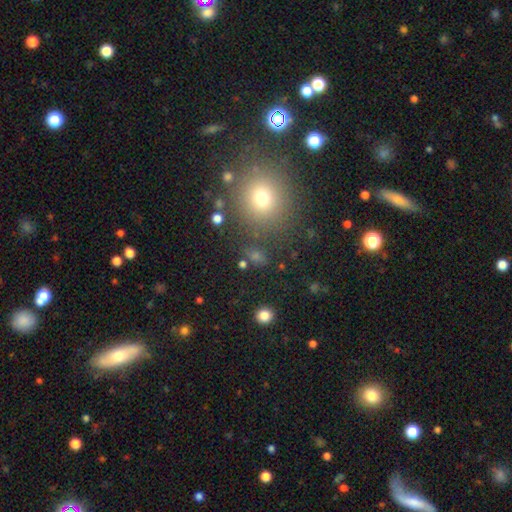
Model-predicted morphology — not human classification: Smooth or featured: smooth — 62% (star or artifact — 29%)
How rounded: round — 69% (in between — 29%)
Merging: none — 82% (minor disturbance — 9%)